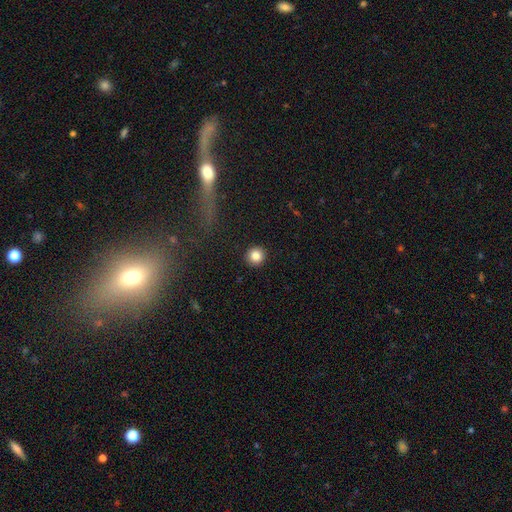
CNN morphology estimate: smooth-or-featured: smooth: 84% | star or artifact: 11% | featured or disk: 5%
  how-rounded: round: 94% | in between: 5% | cigar-shaped: 1%
  merging: none: 93% | minor disturbance: 4% | major disturbance: 2% | merger: 1%